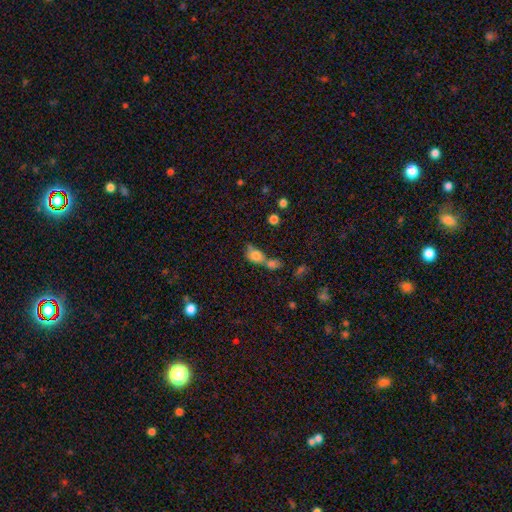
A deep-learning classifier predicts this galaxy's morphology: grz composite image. It shows a smooth galaxy with no disk features (74%) that is in between round and cigar-shaped (56%). Merging: merger (57%).